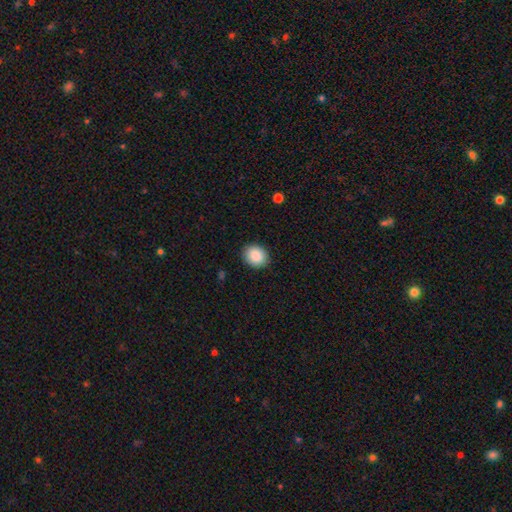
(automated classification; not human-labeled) This appears to be a smooth galaxy with no disk features (88%) that is round (59%). Merging: none (89%).